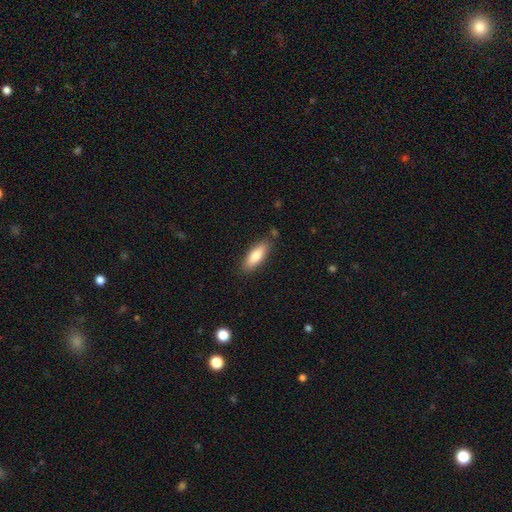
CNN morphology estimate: type=smooth (83%); roundness=in between (61%); merging=none (85%).